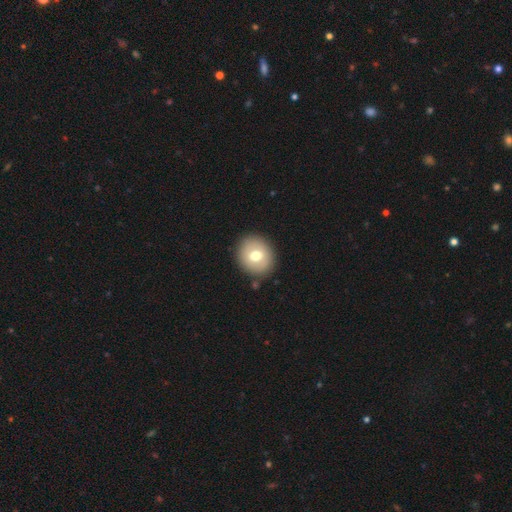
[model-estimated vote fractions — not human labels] smooth_or_featured: smooth (p=0.69) [alt: featured or disk p=0.23]
how_rounded: round (p=0.81) [alt: in between p=0.19]
merging: none (p=0.88) [alt: minor disturbance p=0.08]